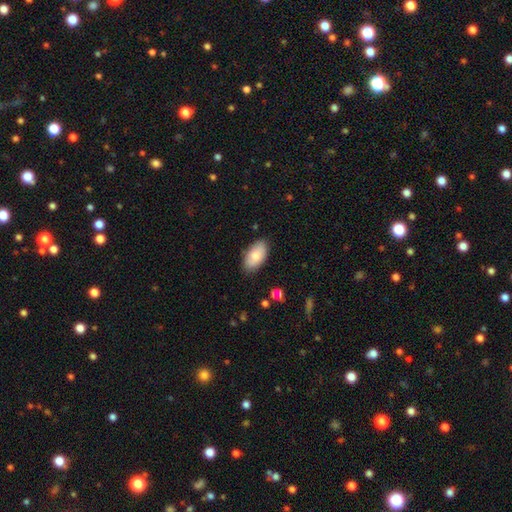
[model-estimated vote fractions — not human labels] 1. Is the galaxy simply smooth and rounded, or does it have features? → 78% smooth, 16% featured or disk, 6% star or artifact.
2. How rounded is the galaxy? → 94% in between, 3% round, 2% cigar-shaped.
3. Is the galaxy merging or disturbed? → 84% none, 12% minor disturbance, 2% major disturbance, 1% merger.